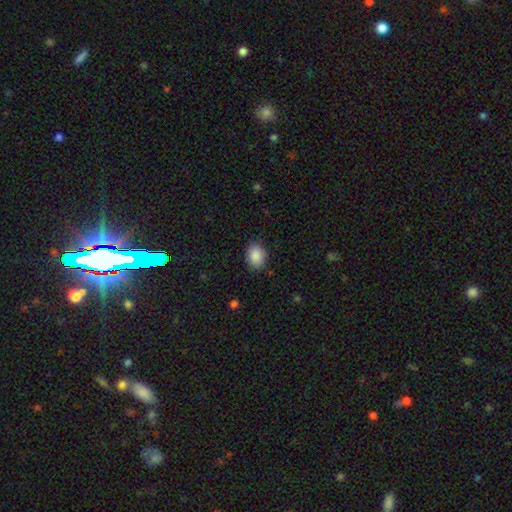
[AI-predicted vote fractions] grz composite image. It shows a smooth galaxy with no disk features (89%) that is in between round and cigar-shaped (67%). Merging: none (84%).